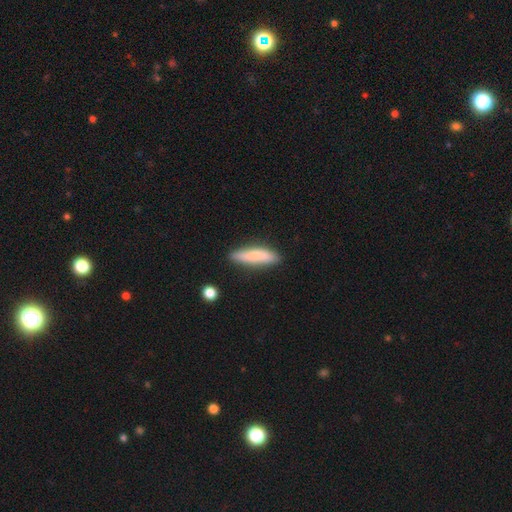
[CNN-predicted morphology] Q: Smooth or featured?
A: smooth (79%); runner-up: featured or disk (15%)
Q: How rounded?
A: cigar-shaped (78%); runner-up: in between (20%)
Q: Merging?
A: none (83%); runner-up: minor disturbance (13%)